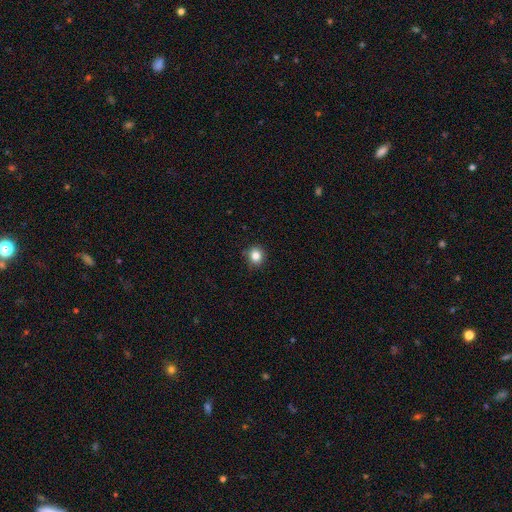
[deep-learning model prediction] This is clearly a smooth galaxy (84%). How rounded: clearly round (88%). Merging: clearly none (89%).